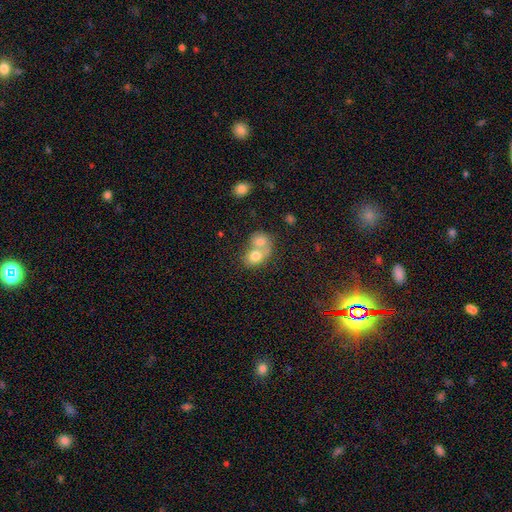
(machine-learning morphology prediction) Smooth or featured: smooth — 72% (featured or disk — 19%)
How rounded: round — 55% (in between — 44%)
Merging: merger — 71% (none — 20%)